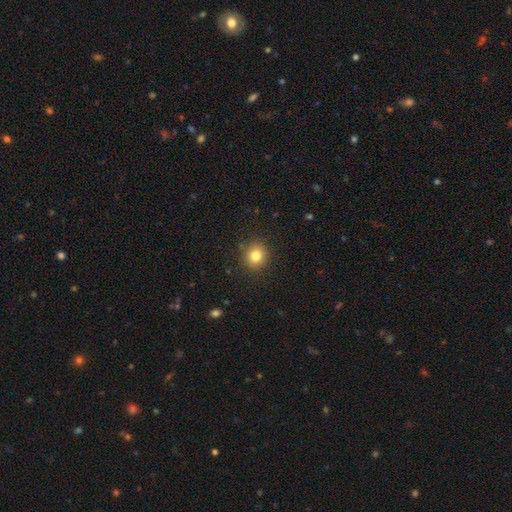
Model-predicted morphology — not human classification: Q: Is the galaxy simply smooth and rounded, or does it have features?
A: smooth — 81%.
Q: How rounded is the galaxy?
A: round — 85%.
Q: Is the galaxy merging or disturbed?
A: none — 89%.